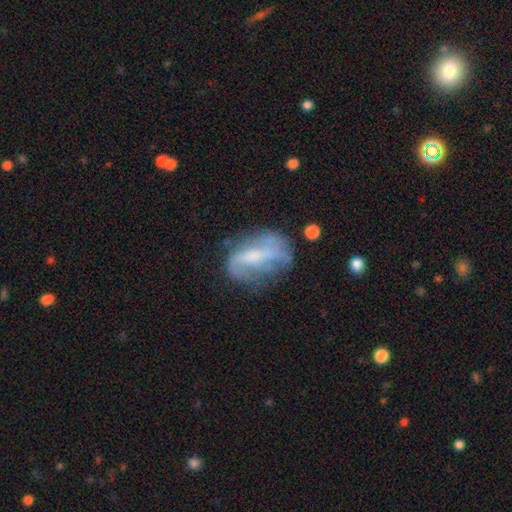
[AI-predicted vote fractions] This appears to be a featured or disk galaxy (60%) with a weak bar (37%), spiral arms (58%) and a small central bulge (33%). Merging: none (45%).